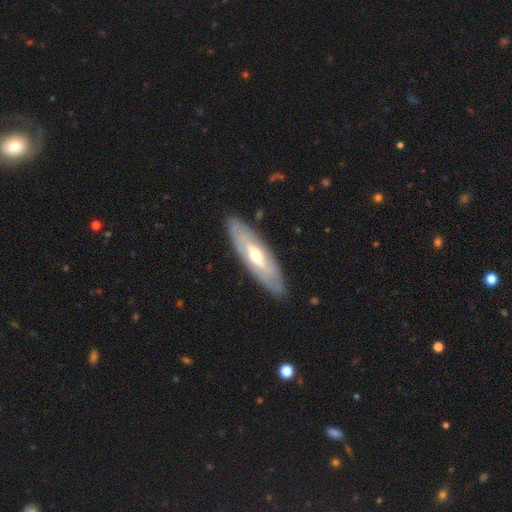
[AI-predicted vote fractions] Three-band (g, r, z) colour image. It shows a featured or disk galaxy (61%). Merging: none (86%).